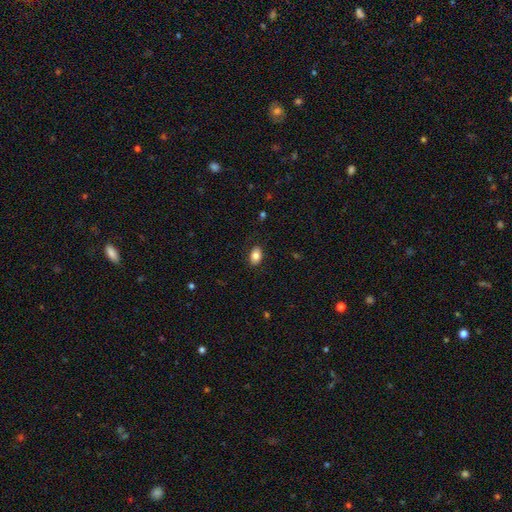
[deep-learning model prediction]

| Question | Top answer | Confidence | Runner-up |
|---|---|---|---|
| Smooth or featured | smooth | 83% | featured or disk (9%) |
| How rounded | in between | 87% | round (11%) |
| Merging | none | 85% | minor disturbance (11%) |